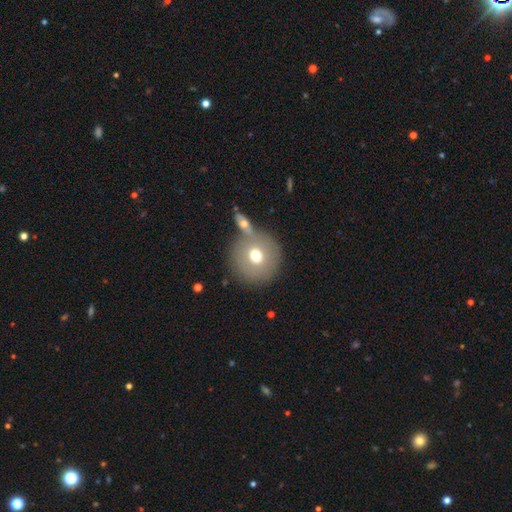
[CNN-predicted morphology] type=smooth (68%); roundness=round (93%); merging=none (67%).